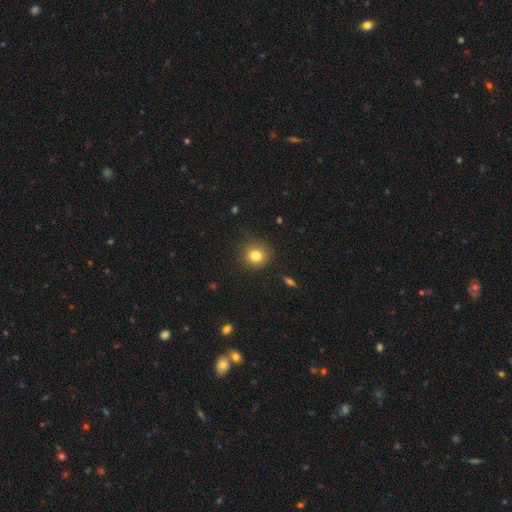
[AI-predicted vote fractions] smooth_or_featured: smooth (p=0.81) [alt: star or artifact p=0.12]
how_rounded: round (p=0.90) [alt: in between p=0.09]
merging: none (p=0.87) [alt: minor disturbance p=0.09]